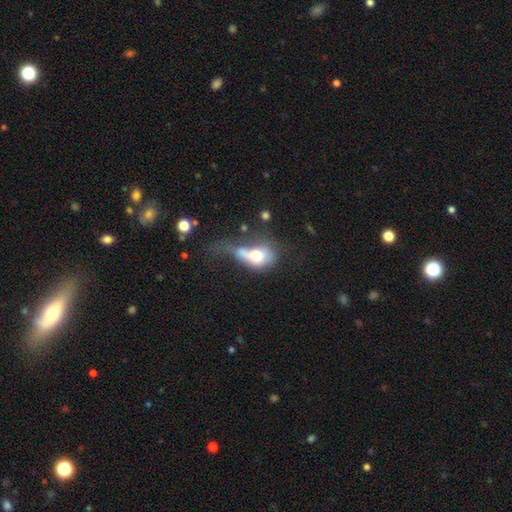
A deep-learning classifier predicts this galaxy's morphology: A smooth galaxy with no disk features (64%) that is in between round and cigar-shaped (64%).

Vote fractions:
- Smooth or featured? smooth: 64% / featured or disk: 26% / star or artifact: 10%
- How rounded? in between: 64% / round: 31% / cigar-shaped: 5%
- Merging? major disturbance: 46% / merger: 21% / minor disturbance: 18% / none: 15%